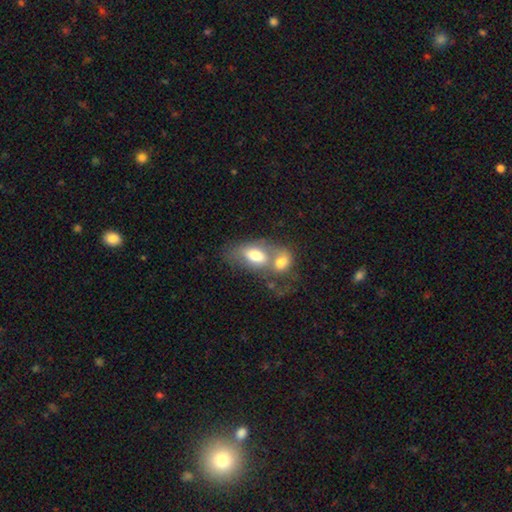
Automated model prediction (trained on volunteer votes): Overall: smooth (68%). How rounded: in between (88%). Merging: merger (69%).